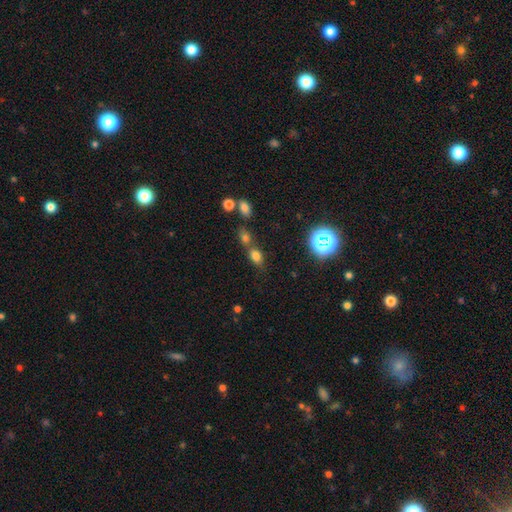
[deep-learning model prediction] Overall: smooth (73%). How rounded: in between (68%; round 29%). Merging: none (50%; merger 34%).